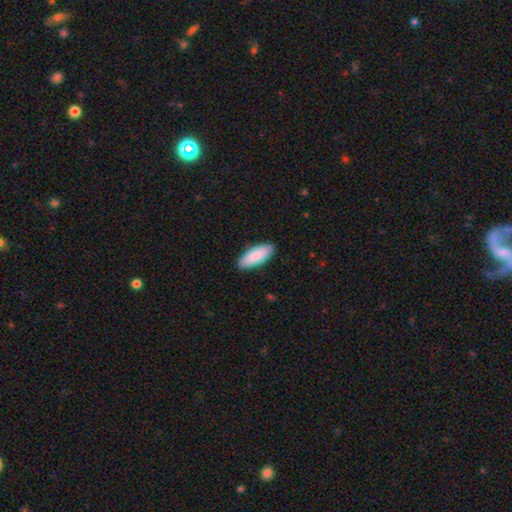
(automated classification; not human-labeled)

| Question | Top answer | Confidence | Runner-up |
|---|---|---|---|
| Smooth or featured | smooth | 88% | featured or disk (7%) |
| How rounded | in between | 82% | cigar-shaped (17%) |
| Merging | none | 89% | minor disturbance (8%) |